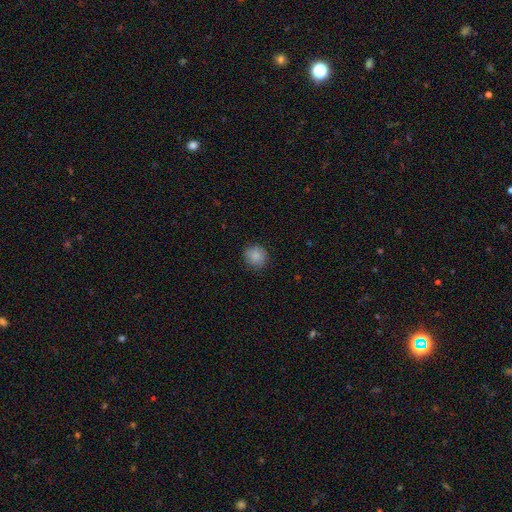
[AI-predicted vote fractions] Morphology: type=smooth (87%); roundness=round (90%); merging=none (86%).